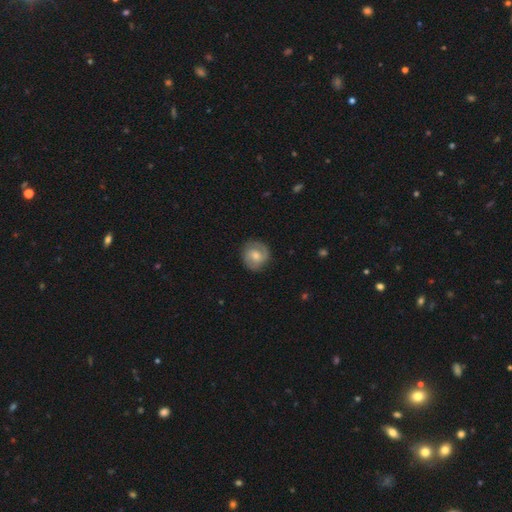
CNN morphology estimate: This is possibly a featured or disk galaxy (60%). It is clearly not viewed edge-on (97%). Bar: possibly no (48%). Spiral arm pattern: clearly yes (90%). Spiral arm count: clearly 2 (85%). Spiral winding: marginally medium (44%). Central bulge: possibly moderate (60%). Merging: clearly none (83%).